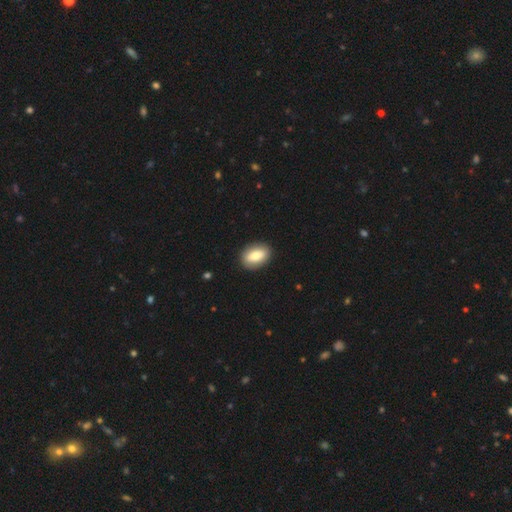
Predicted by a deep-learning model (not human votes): Smooth or featured? smooth (78%)
How rounded? in between (88%)
Merging? none (88%)